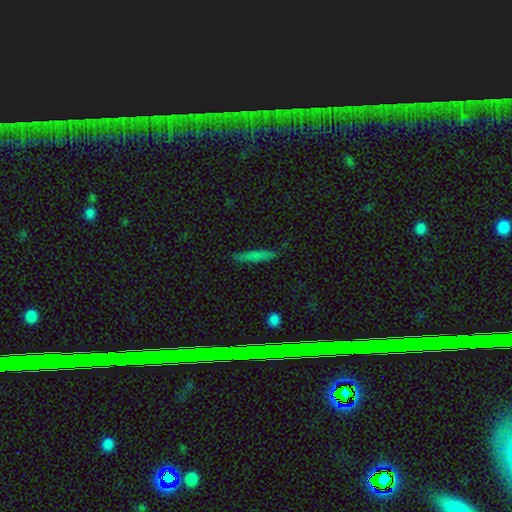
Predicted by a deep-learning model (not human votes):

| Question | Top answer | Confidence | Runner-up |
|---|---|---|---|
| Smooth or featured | smooth | 66% | featured or disk (19%) |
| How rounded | cigar-shaped | 88% | in between (10%) |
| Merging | none | 83% | minor disturbance (13%) |